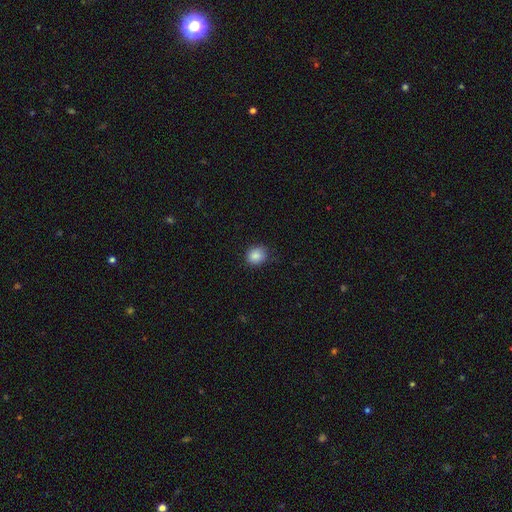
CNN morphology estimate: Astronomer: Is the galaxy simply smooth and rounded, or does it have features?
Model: smooth — 87%.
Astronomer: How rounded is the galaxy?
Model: round — 72%.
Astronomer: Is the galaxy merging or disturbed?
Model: none — 81%.